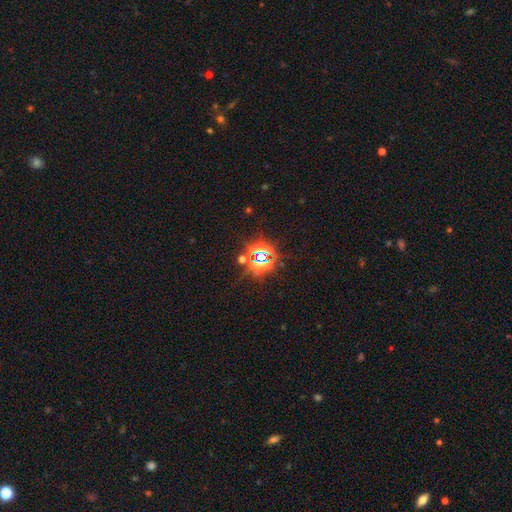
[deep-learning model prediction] Smooth or featured: star or artifact — 78% (smooth — 14%)